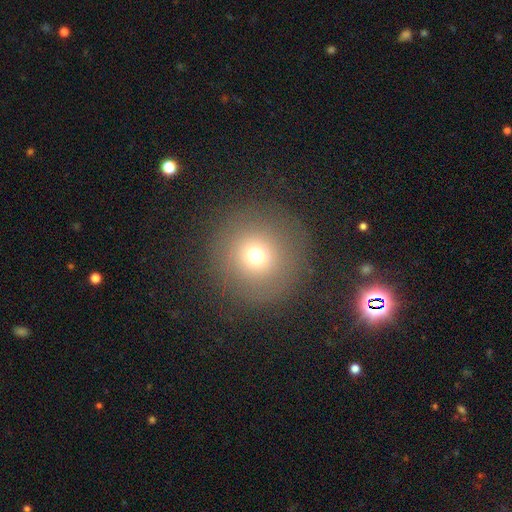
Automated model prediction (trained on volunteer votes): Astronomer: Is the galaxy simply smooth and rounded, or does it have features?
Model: smooth — 68%.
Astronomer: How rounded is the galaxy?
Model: round — 95%.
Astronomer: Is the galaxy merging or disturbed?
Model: none — 86%.